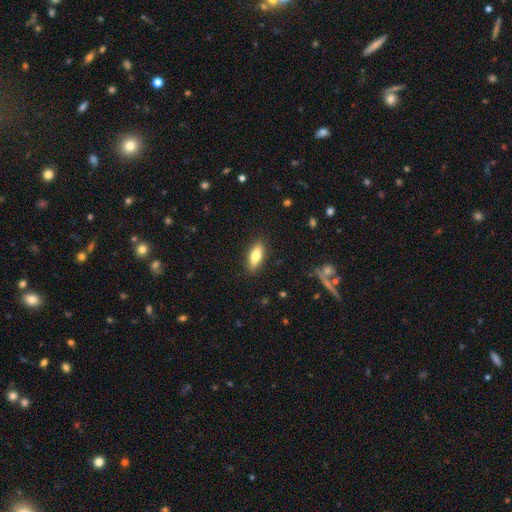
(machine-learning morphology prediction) Smooth or featured? smooth (76%)
How rounded? in between (73%)
Merging? none (88%)